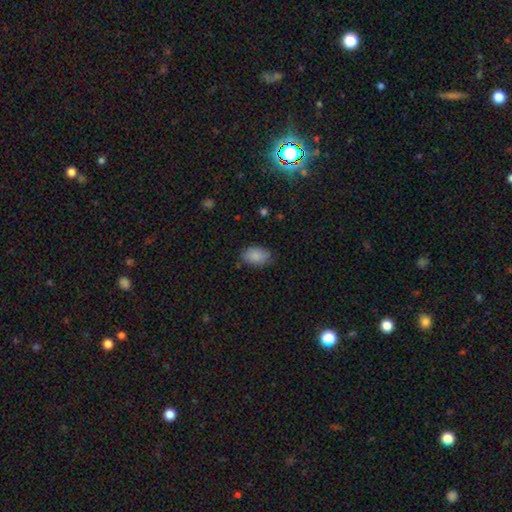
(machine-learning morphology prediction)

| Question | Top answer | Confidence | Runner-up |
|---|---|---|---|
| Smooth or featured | smooth | 87% | star or artifact (7%) |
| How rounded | in between | 90% | round (9%) |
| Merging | none | 81% | minor disturbance (15%) |